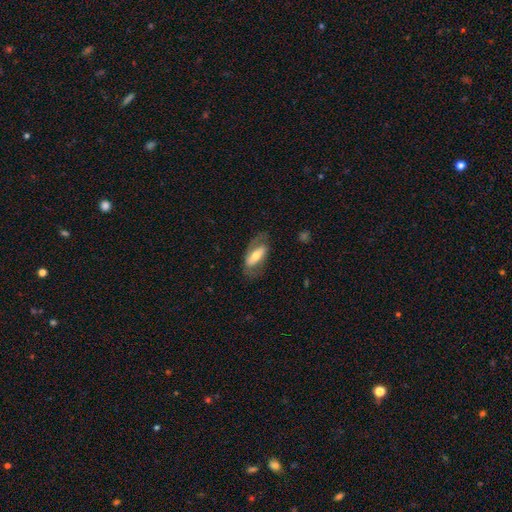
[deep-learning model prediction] Morphology: type=featured or disk (55%); edge-on=no (82%); merging=none (67%).